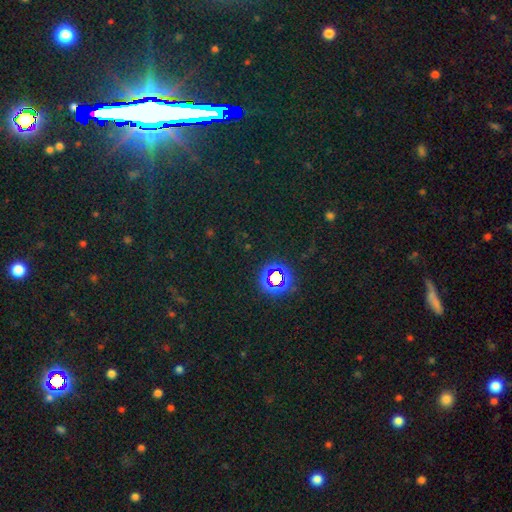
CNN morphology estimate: Smooth or featured? star or artifact (70%)